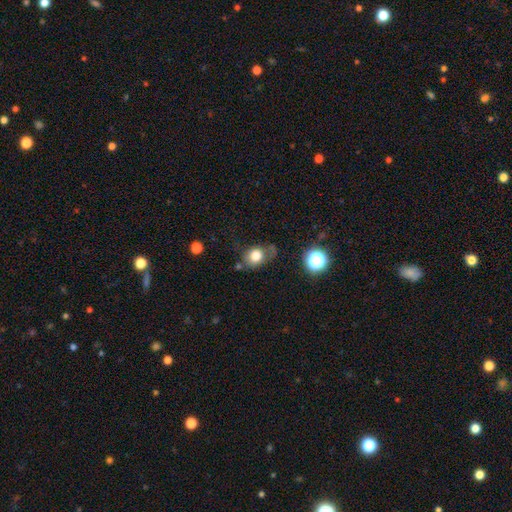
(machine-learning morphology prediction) A smooth galaxy with no disk features (77%) that is in between round and cigar-shaped (49%, tied with round). Merging: none (60%).